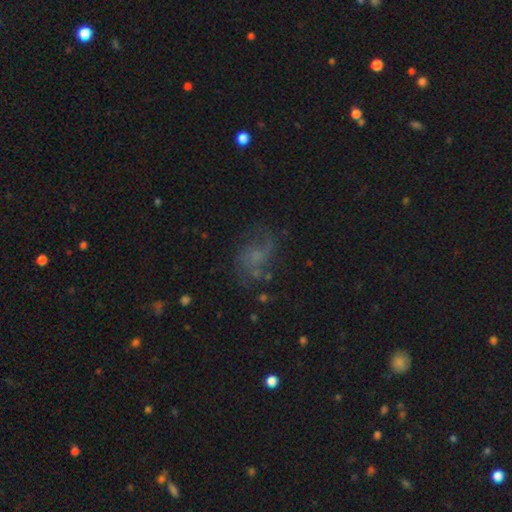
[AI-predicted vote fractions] featured or disk 52%, smooth 28%, star or artifact 19%. Down the decision tree: edge-on disk — no (97%); bar — no (72%); spiral arms — yes (71%); bulge size — none (51%); merging — none (53%).